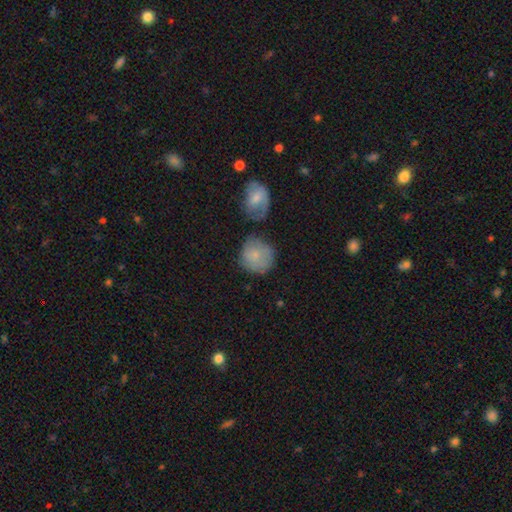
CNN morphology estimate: Overall: smooth (75%). How rounded: round (81%). Merging: none (52%; minor disturbance 21%).